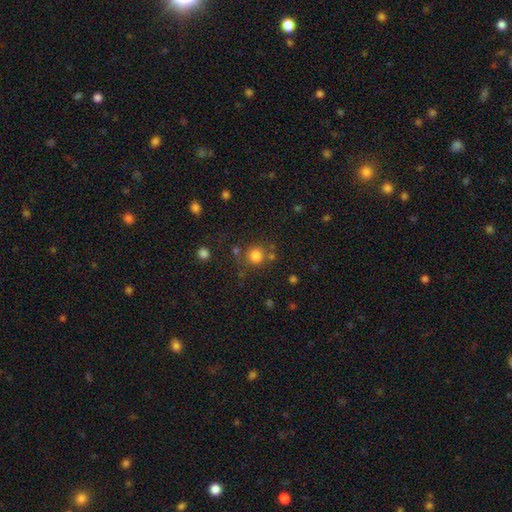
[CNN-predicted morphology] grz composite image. It shows a smooth galaxy with no disk features (81%) that is round (90%). Merging: none (73%).